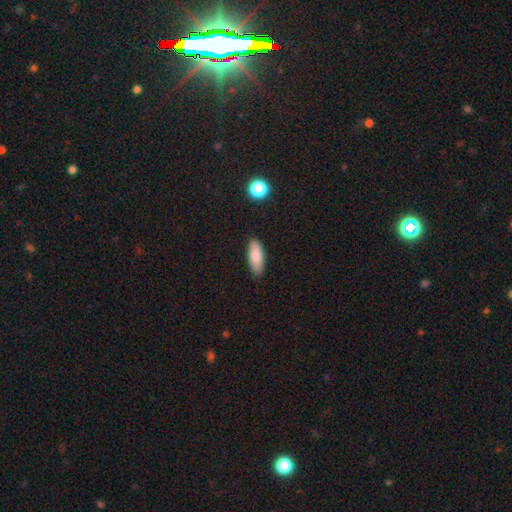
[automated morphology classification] Smooth or featured? smooth (84%)
How rounded? in between (71%)
Merging? none (86%)